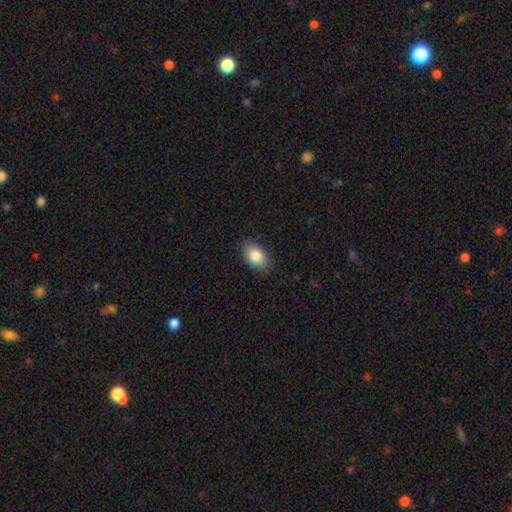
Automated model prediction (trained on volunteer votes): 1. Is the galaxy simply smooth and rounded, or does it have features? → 85% smooth, 7% featured or disk, 7% star or artifact.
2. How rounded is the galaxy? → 89% in between, 10% round, 1% cigar-shaped.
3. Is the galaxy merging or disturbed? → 86% none, 11% minor disturbance, 3% major disturbance, 1% merger.